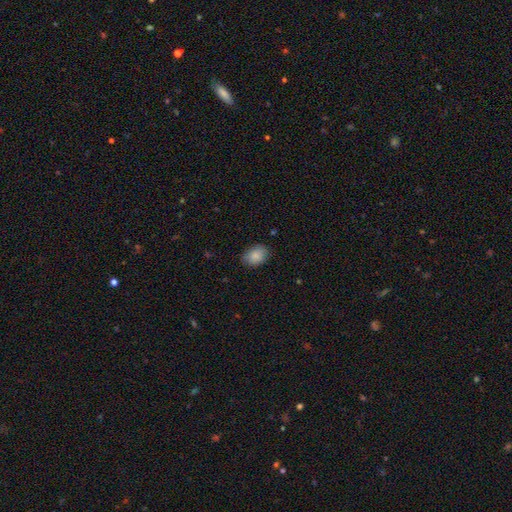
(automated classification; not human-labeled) Smooth or featured: smooth — 88% (star or artifact — 7%)
How rounded: in between — 76% (round — 23%)
Merging: none — 82% (minor disturbance — 14%)